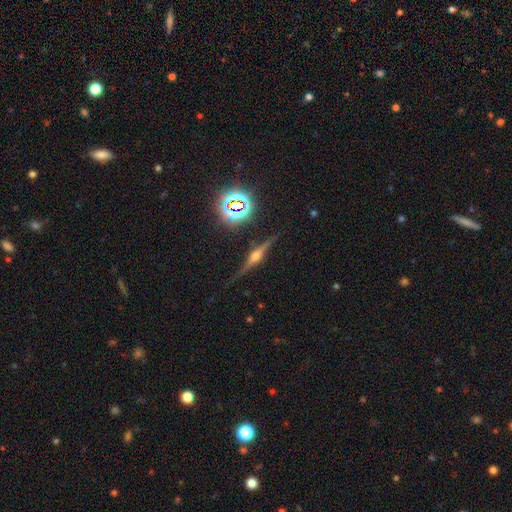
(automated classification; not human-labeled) Smooth or featured? Predicted: featured or disk (p=0.78). Edge-on disk? Predicted: yes (p=0.97). Edge-on bulge? Predicted: rounded (p=0.88). Merging? Predicted: none (p=0.87).